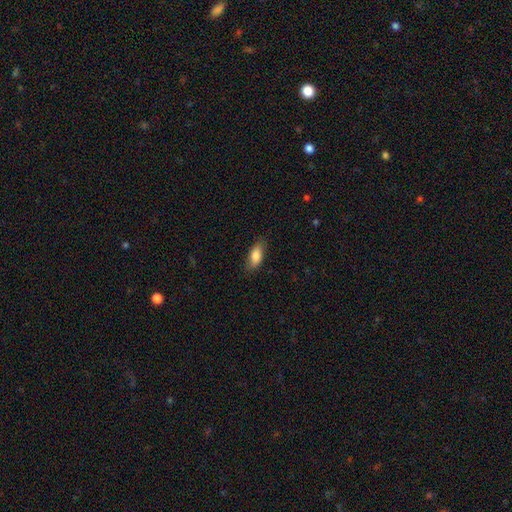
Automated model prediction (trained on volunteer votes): smooth-or-featured: smooth: 82% | featured or disk: 11% | star or artifact: 7%
  how-rounded: in between: 82% | cigar-shaped: 14% | round: 4%
  merging: none: 81% | minor disturbance: 15% | major disturbance: 3% | merger: 1%